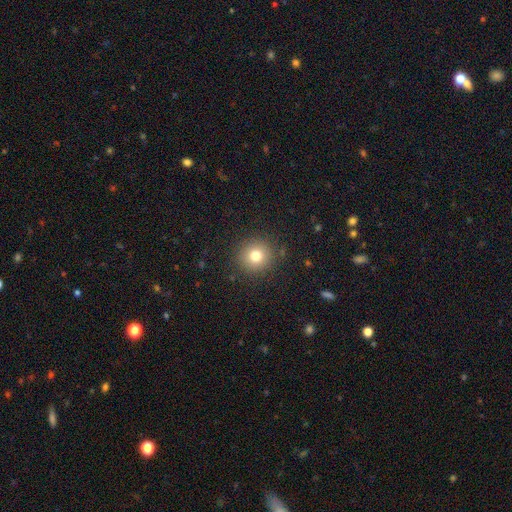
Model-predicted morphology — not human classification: Smooth or featured: smooth — 77% (star or artifact — 13%)
How rounded: round — 92% (in between — 7%)
Merging: none — 89% (minor disturbance — 7%)